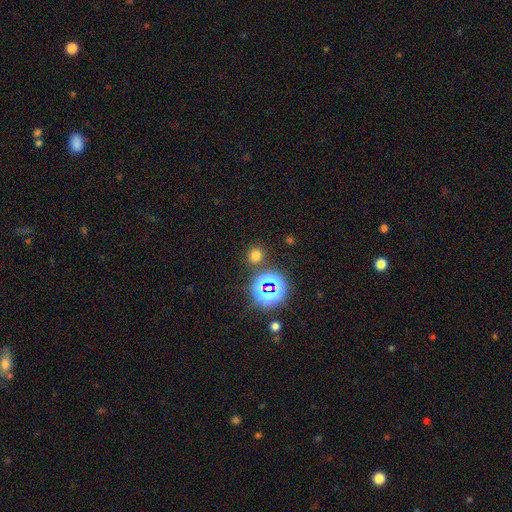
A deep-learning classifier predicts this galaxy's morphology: smooth_or_featured: smooth (p=0.66) [alt: star or artifact p=0.29]
how_rounded: round (p=0.86) [alt: in between p=0.13]
merging: none (p=0.84) [alt: minor disturbance p=0.07]